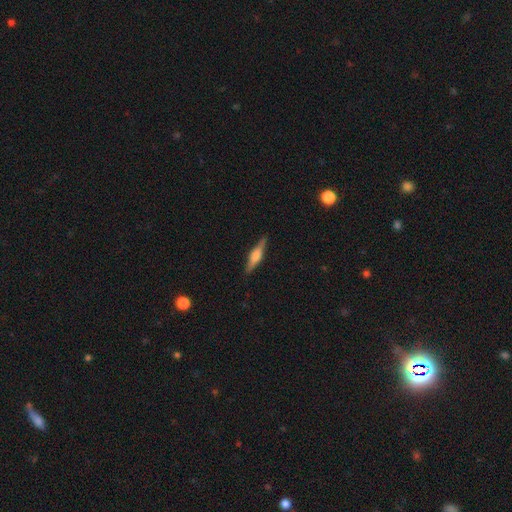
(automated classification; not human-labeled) Smooth or featured: featured or disk — 60% (smooth — 34%)
Edge-on disk: yes — 97% (no — 3%)
Edge-on bulge: rounded — 71% (boxy — 23%)
Merging: none — 89% (minor disturbance — 8%)